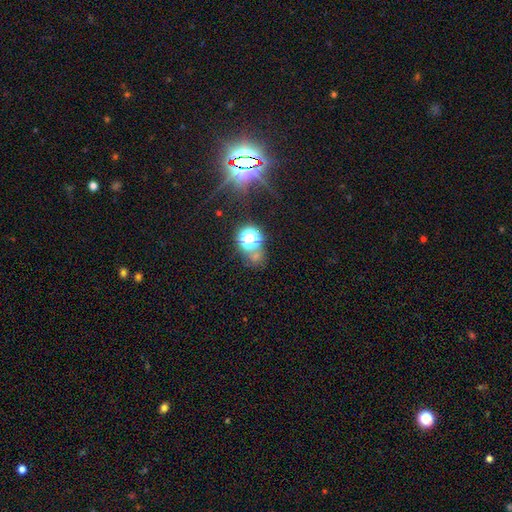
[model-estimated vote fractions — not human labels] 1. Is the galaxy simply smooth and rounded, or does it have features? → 65% star or artifact, 25% smooth, 9% featured or disk.